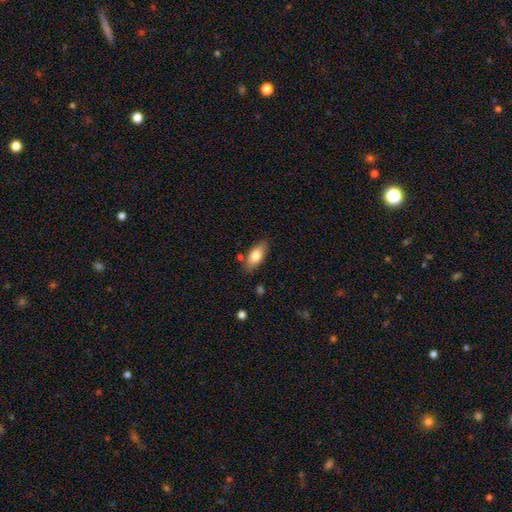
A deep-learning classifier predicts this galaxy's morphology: Overall: smooth (73%). How rounded: in between (82%). Merging: none (79%).